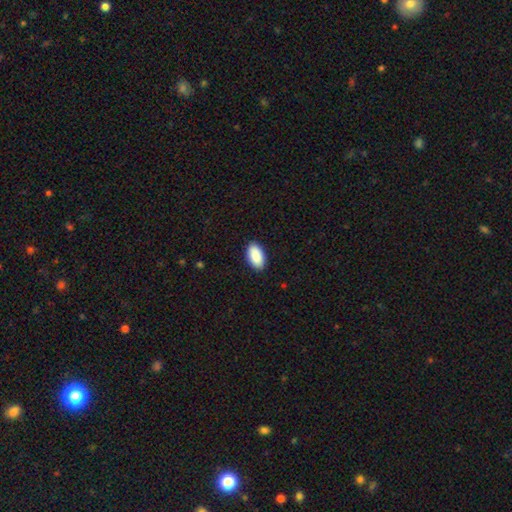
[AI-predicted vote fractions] Overall: smooth (91%). How rounded: in between (96%). Merging: none (89%).